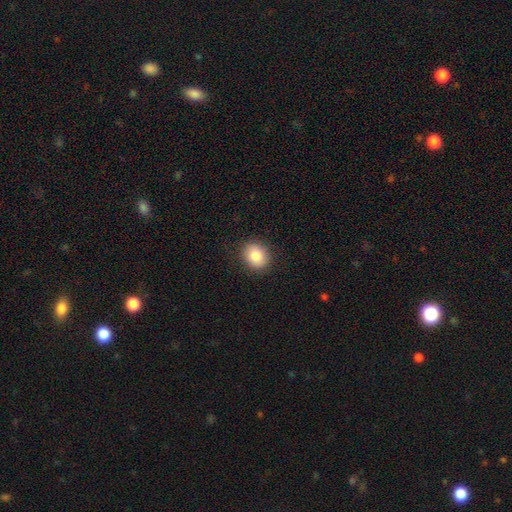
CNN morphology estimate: A smooth galaxy with no disk features (84%) that is round (66%). Merging: none (89%).